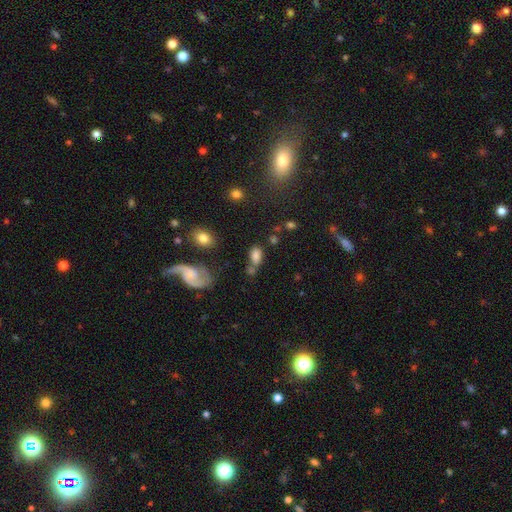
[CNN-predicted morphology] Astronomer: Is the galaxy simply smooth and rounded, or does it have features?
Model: smooth — 74%.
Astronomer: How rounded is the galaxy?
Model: in between — 87%.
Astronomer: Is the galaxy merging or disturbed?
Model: none — 45% (runner-up: merger, 26%).